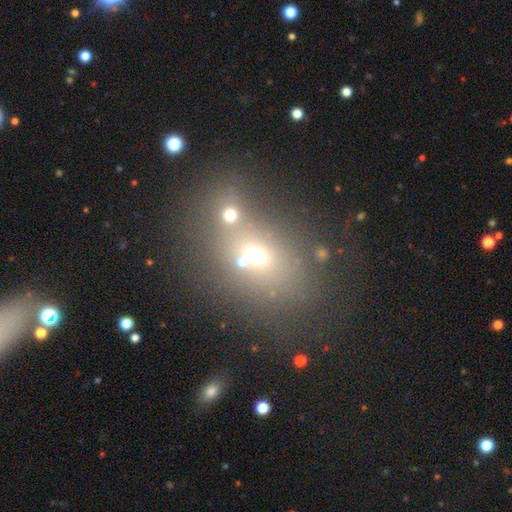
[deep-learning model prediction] smooth-or-featured: smooth: 57% | star or artifact: 25% | featured or disk: 18%
  how-rounded: in between: 53% | round: 45% | cigar-shaped: 2%
  merging: none: 46% | merger: 38% | minor disturbance: 10% | major disturbance: 6%